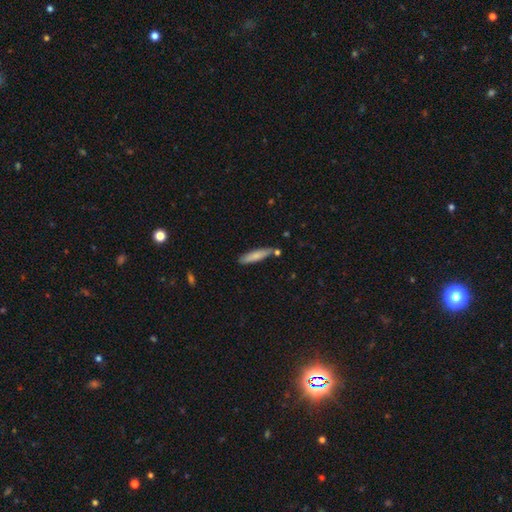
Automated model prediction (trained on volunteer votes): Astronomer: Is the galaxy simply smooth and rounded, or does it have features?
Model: smooth — 75%.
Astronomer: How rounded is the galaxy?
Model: cigar-shaped — 82%.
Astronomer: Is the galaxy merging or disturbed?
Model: none — 75%.